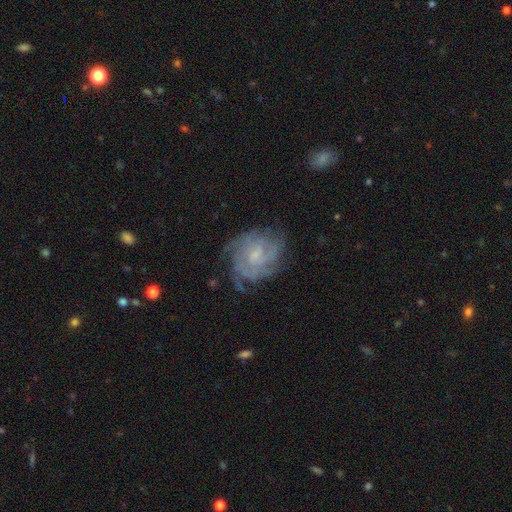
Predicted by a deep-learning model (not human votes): This is likely a featured or disk galaxy (76%). It is clearly not viewed edge-on (97%). Bar: possibly no (54%). Spiral arm pattern: clearly yes (89%). Spiral arm count: marginally can't tell (44%). Spiral winding: possibly tight (59%). Central bulge: possibly small (53%). Merging: likely none (64%).